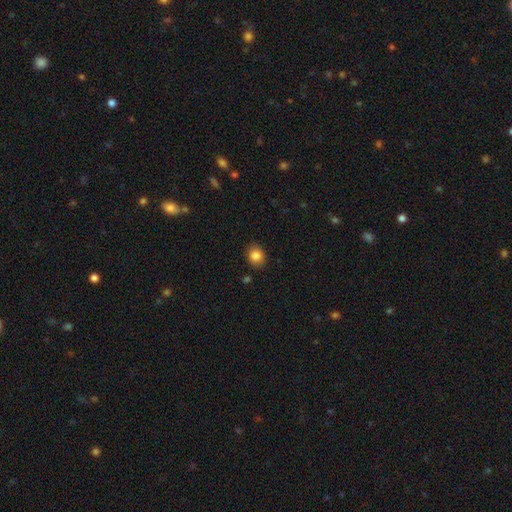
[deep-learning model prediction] A smooth galaxy with no disk features (85%) that is round (69%). Merging: none (86%).